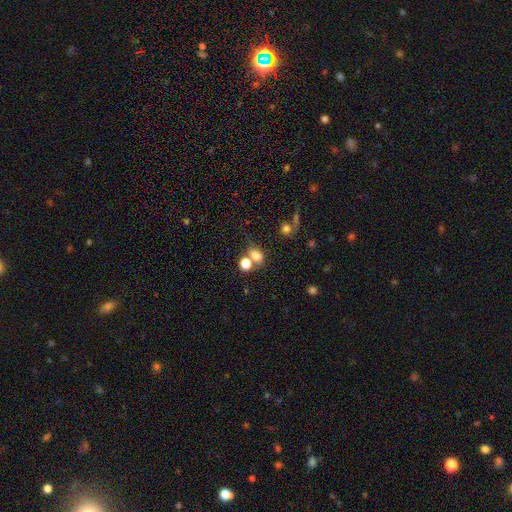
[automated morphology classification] A smooth galaxy with no disk features (73%) that is in between round and cigar-shaped (62%). Merging: none (46%).